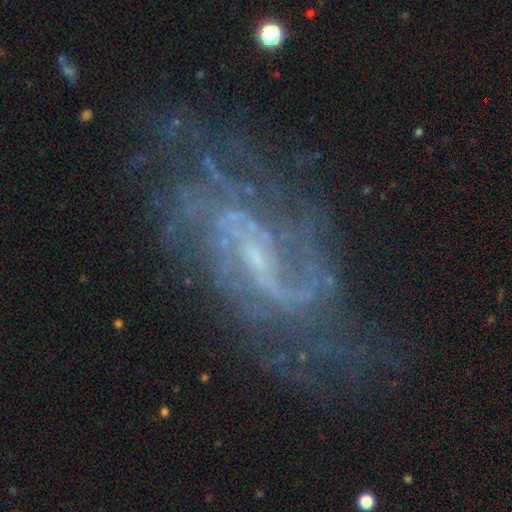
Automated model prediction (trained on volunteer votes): Smooth or featured? Predicted: featured or disk (p=0.85). Edge-on disk? Predicted: no (p=0.95). Bar? Predicted: weak (p=0.54). Spiral arms? Predicted: yes (p=0.94). Spiral winding? Predicted: medium (p=0.44). Spiral arm count? Predicted: 2 (p=0.38). Bulge size? Predicted: small (p=0.67). Merging? Predicted: none (p=0.67).